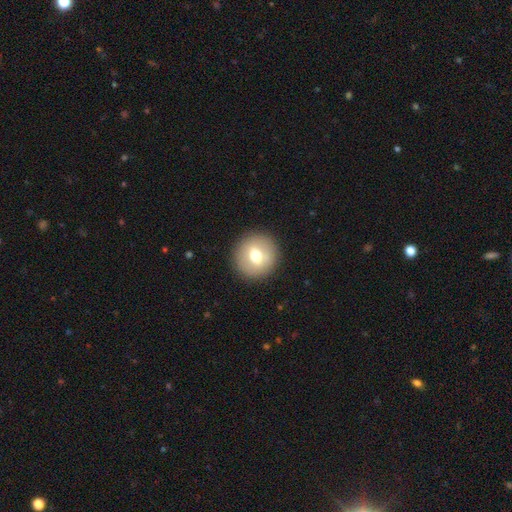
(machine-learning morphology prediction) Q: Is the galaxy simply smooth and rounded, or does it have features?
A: smooth — 63%.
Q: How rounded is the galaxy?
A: round — 91%.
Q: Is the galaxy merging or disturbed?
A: none — 90%.